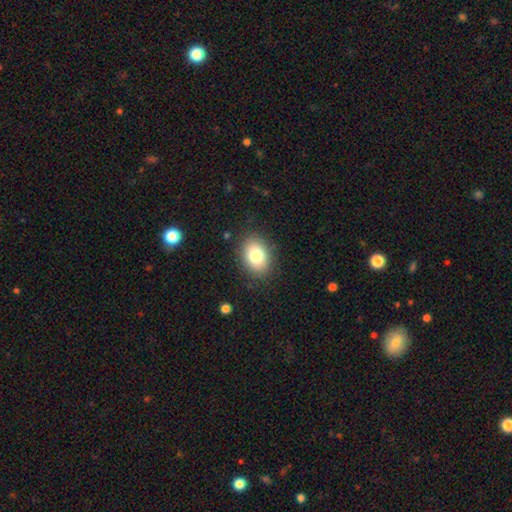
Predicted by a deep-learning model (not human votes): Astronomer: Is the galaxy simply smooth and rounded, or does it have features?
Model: smooth — 79%.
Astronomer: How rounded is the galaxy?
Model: in between — 69%.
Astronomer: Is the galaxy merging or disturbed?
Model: none — 86%.